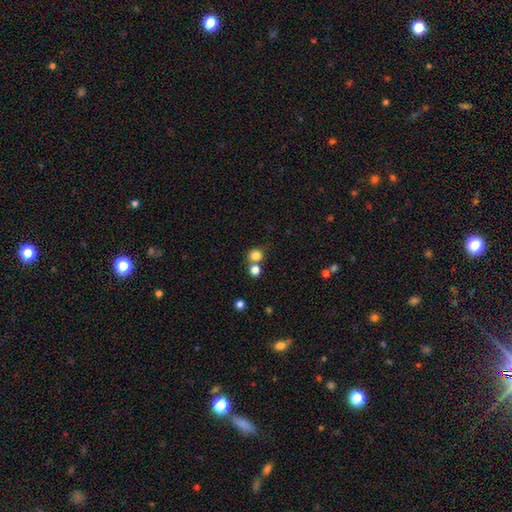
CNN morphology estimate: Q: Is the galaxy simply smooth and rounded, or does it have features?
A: smooth — 81%.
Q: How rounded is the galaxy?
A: round — 87%.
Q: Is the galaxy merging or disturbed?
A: none — 59%.